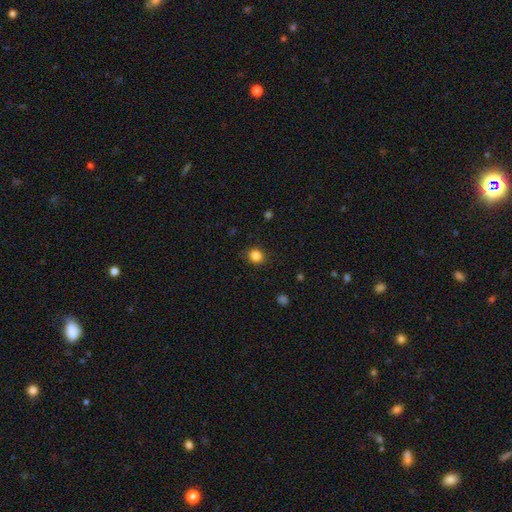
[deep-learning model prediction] Smooth or featured?
  - smooth: 85% *
  - star or artifact: 11%
  - featured or disk: 4%
How rounded?
  - round: 79% *
  - in between: 20%
  - cigar-shaped: 1%
Merging?
  - none: 88% *
  - minor disturbance: 9%
  - major disturbance: 3%
  - merger: 1%